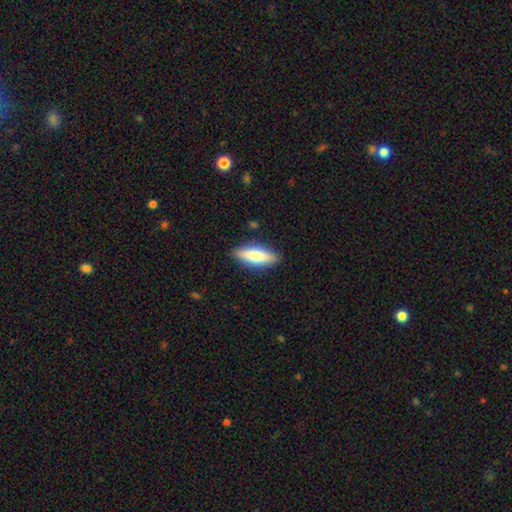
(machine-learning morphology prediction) Smooth or featured: smooth — 65% (featured or disk — 29%)
How rounded: in between — 54% (cigar-shaped — 44%)
Merging: none — 87% (minor disturbance — 10%)